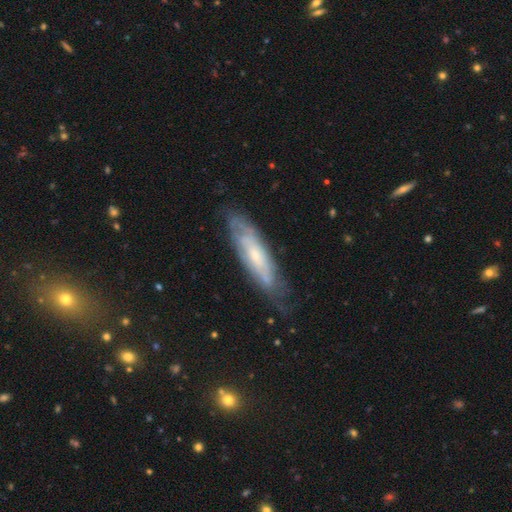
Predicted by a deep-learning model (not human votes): smooth-or-featured: featured or disk: 67% | smooth: 26% | star or artifact: 7%
  disk-edge-on: no: 68% | yes: 32%
  merging: none: 68% | minor disturbance: 23% | major disturbance: 7% | merger: 2%